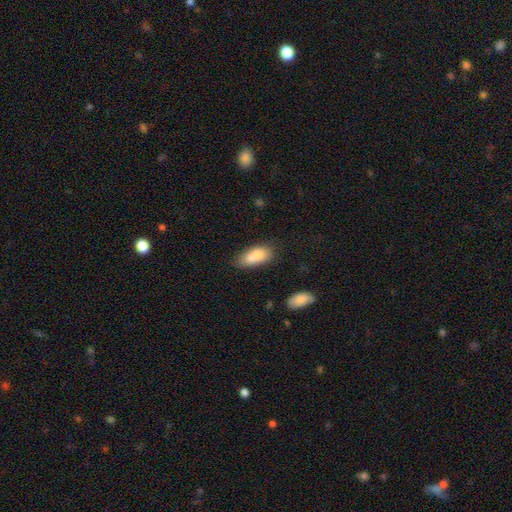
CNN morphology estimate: smooth_or_featured: smooth (p=0.76) [alt: featured or disk p=0.16]
how_rounded: in between (p=0.83) [alt: cigar-shaped p=0.12]
merging: none (p=0.41) [alt: merger p=0.34]